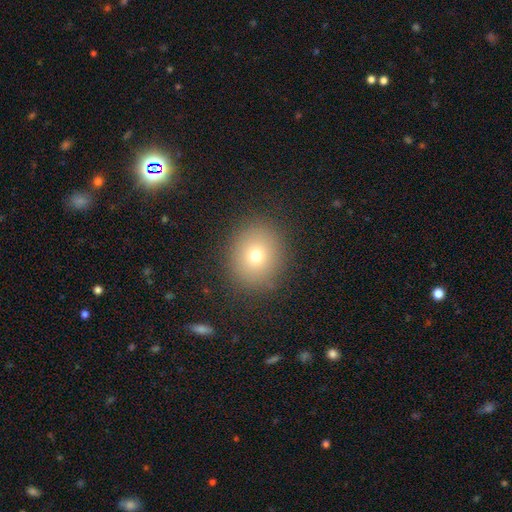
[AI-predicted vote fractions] Smooth or featured: smooth — 72% (star or artifact — 15%)
How rounded: round — 76% (in between — 23%)
Merging: none — 87% (minor disturbance — 8%)